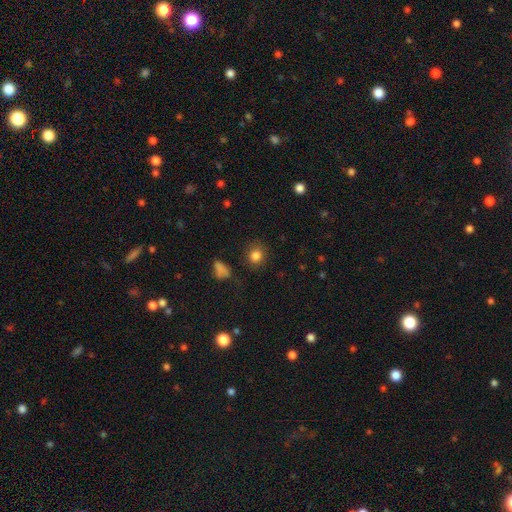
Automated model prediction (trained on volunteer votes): Smooth or featured?
  - smooth: 82% *
  - star or artifact: 12%
  - featured or disk: 6%
How rounded?
  - round: 83% *
  - in between: 16%
  - cigar-shaped: 1%
Merging?
  - none: 85% *
  - minor disturbance: 10%
  - major disturbance: 4%
  - merger: 2%